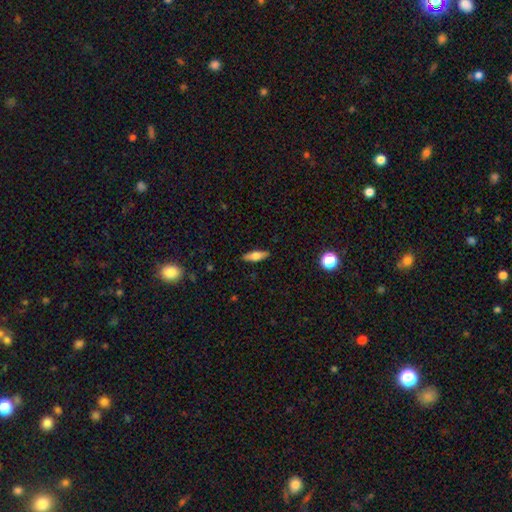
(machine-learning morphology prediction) Smooth or featured? smooth (65%)
How rounded? in between (54%)
Merging? none (89%)